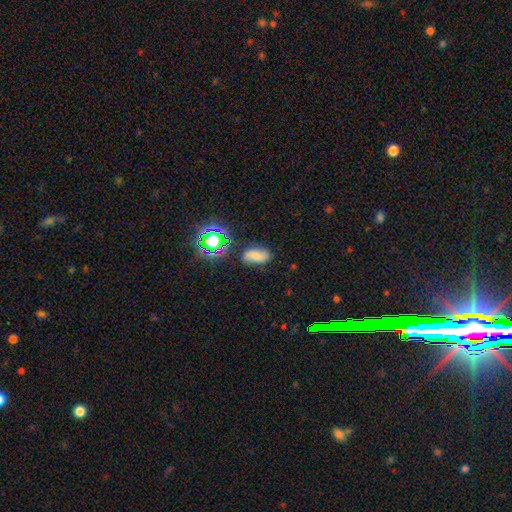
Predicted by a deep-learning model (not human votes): A smooth galaxy with no disk features (60%) that is in between round and cigar-shaped (87%). Merging: none (69%).